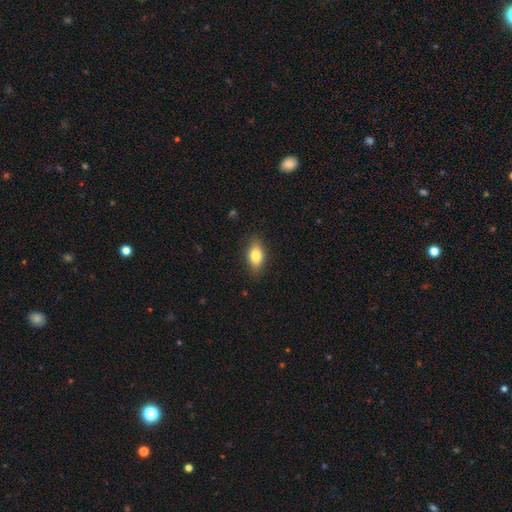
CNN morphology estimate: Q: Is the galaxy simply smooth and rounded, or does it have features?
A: smooth — 80%.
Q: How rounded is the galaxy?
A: in between — 86%.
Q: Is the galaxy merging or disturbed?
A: none — 85%.